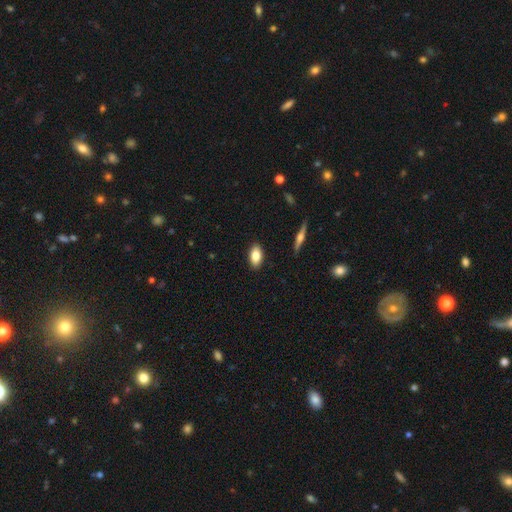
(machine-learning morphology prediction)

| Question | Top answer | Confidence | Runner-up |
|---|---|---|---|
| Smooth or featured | smooth | 82% | featured or disk (11%) |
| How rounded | in between | 91% | round (5%) |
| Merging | none | 89% | minor disturbance (8%) |